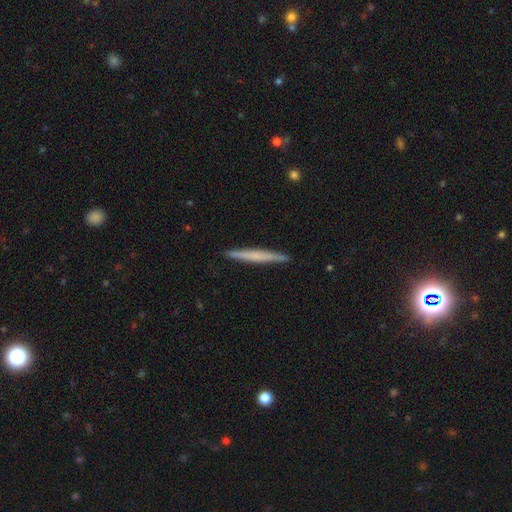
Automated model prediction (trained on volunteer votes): A smooth galaxy with no disk features (51%) that is cigar-shaped (97%).

Vote fractions:
- Smooth or featured? smooth: 51% / featured or disk: 44% / star or artifact: 6%
- How rounded? cigar-shaped: 97% / in between: 2% / round: 1%
- Merging? none: 91% / minor disturbance: 7% / major disturbance: 1% / merger: 1%